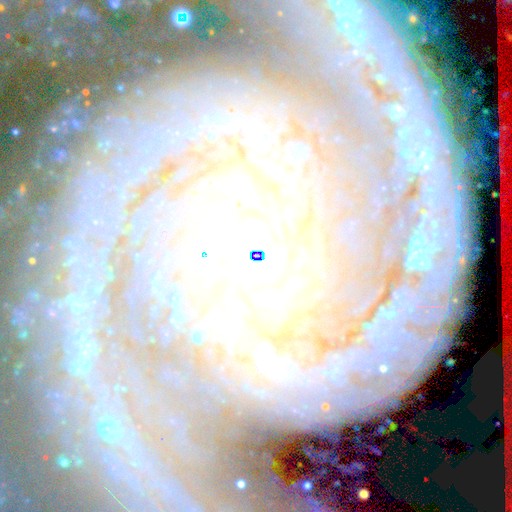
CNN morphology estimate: The model was most divided on "bulge size": moderate: 47%, small: 39%, large: 8%, none: 3%, dominant: 2%. Remaining: edge-on disk — no (96%); spiral arms — yes (93%); smooth or featured — featured or disk (87%); merging — none (58%); spiral winding — tight (49%); bar — no (45%); spiral arm count — 2 (41%).